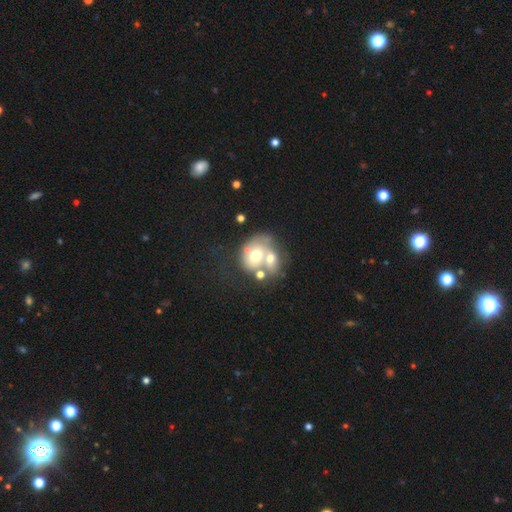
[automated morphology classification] smooth_or_featured: smooth (p=0.51) [alt: featured or disk p=0.40]
how_rounded: round (p=0.55) [alt: in between p=0.44]
merging: merger (p=0.63) [alt: none p=0.19]